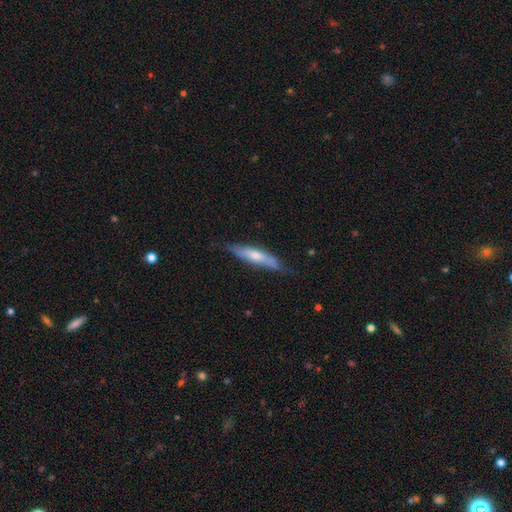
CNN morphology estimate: A smooth galaxy with no disk features (49%). Merging: none (71%).